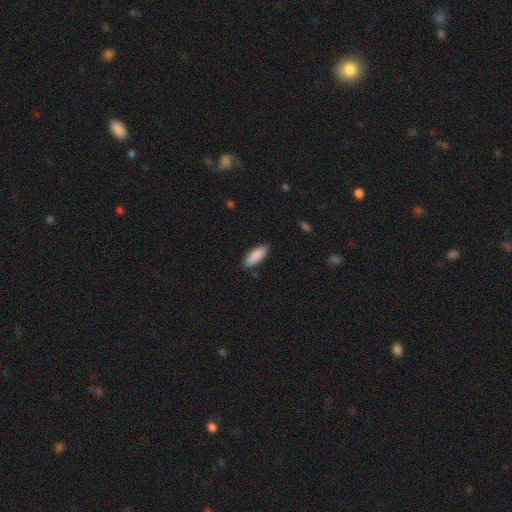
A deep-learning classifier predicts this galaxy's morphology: Smooth or featured?
  - smooth: 89% *
  - star or artifact: 6%
  - featured or disk: 5%
How rounded?
  - in between: 70% *
  - cigar-shaped: 29%
  - round: 2%
Merging?
  - none: 85% *
  - minor disturbance: 12%
  - major disturbance: 2%
  - merger: 1%